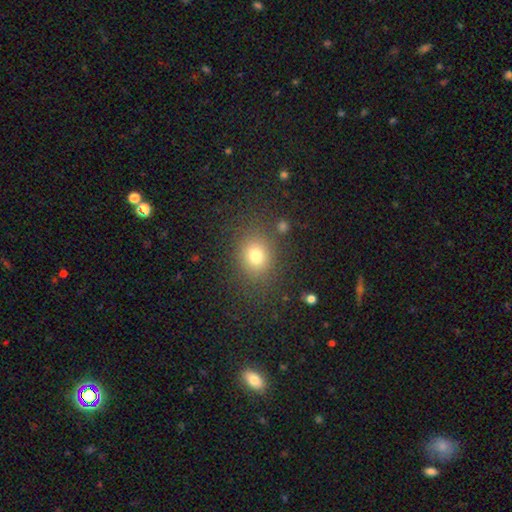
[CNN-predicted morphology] This appears to be a smooth galaxy with no disk features (77%) that is round (58%). Merging: none (81%).